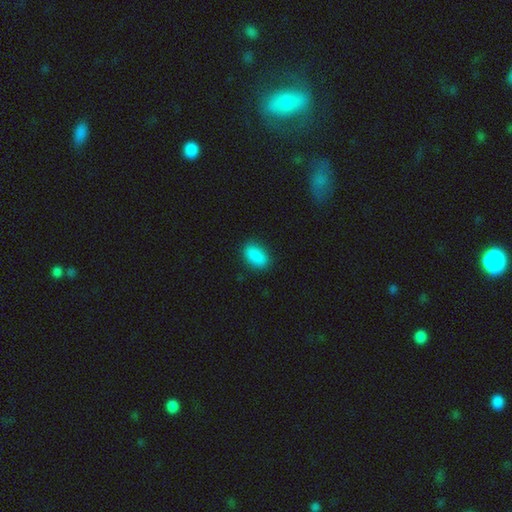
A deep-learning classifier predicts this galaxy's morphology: type=smooth (89%); roundness=in between (90%); merging=none (85%).